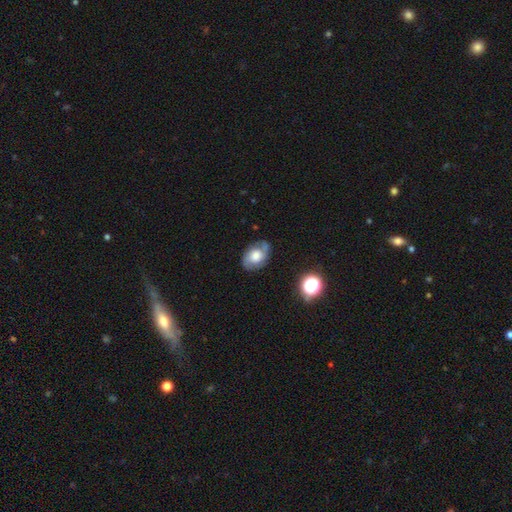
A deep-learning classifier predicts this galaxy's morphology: Smooth or featured? featured or disk (56%)
Edge-on disk? no (96%)
Bar? no (71%)
Spiral arms? yes (82%)
Bulge size? moderate (41%)
Merging? none (68%)